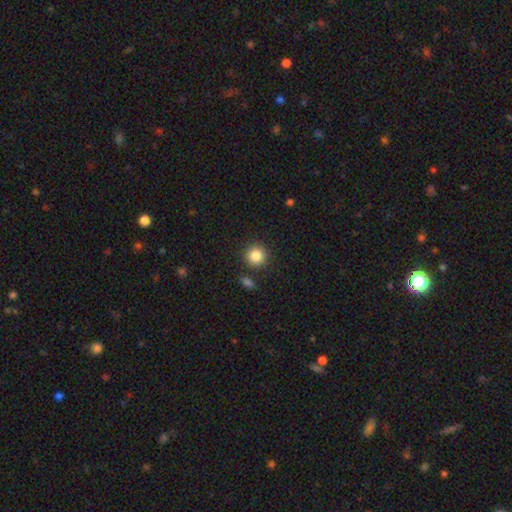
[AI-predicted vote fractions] Smooth or featured?
  - smooth: 85% *
  - star or artifact: 10%
  - featured or disk: 5%
How rounded?
  - round: 93% *
  - in between: 6%
  - cigar-shaped: 1%
Merging?
  - none: 86% *
  - minor disturbance: 7%
  - merger: 4%
  - major disturbance: 3%